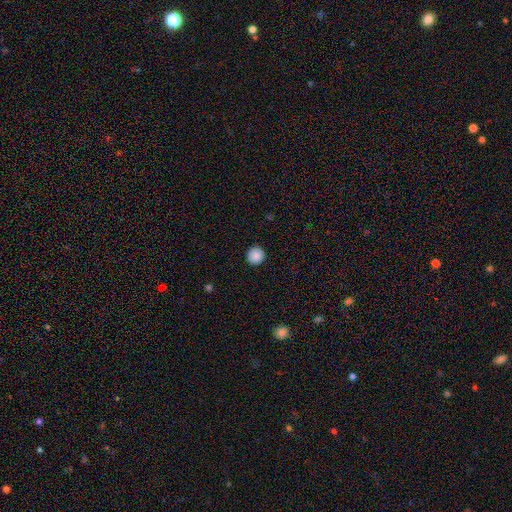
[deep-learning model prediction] This is clearly a smooth galaxy (88%). How rounded: clearly round (93%). Merging: clearly none (92%).